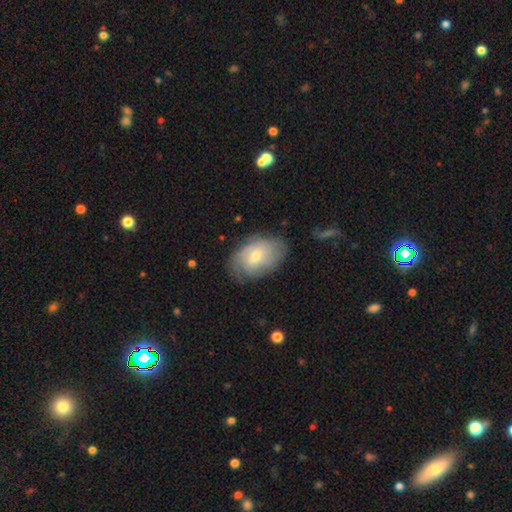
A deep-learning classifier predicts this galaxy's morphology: A featured or disk galaxy (50%).

Vote fractions:
- Smooth or featured? featured or disk: 50% / smooth: 43% / star or artifact: 8%
- Merging? none: 69% / minor disturbance: 23% / major disturbance: 7% / merger: 1%